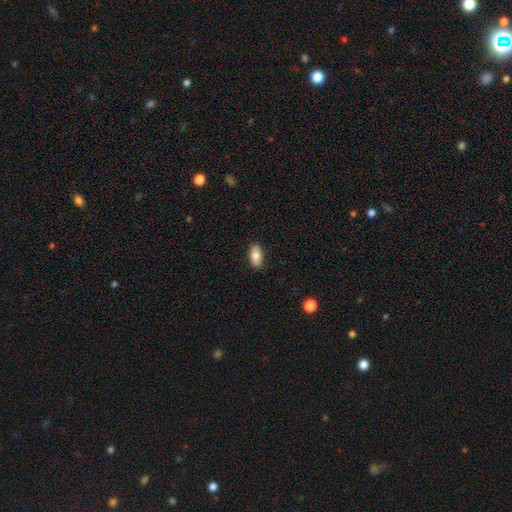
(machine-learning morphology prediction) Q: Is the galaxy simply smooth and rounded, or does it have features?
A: smooth — 79%.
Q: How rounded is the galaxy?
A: in between — 90%.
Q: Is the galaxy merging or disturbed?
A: none — 89%.